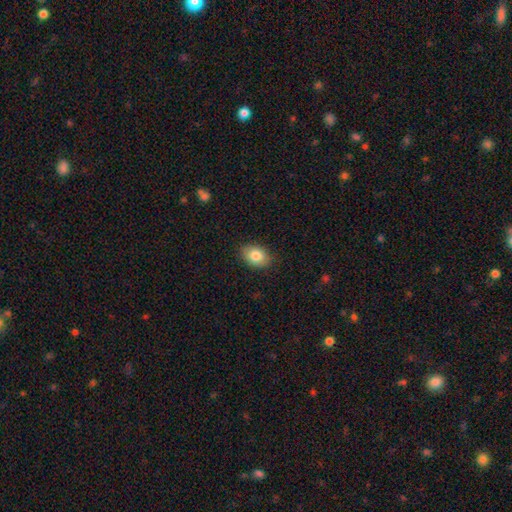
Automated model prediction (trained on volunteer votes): smooth 83%, featured or disk 9%, star or artifact 8%. Down the decision tree: how rounded — in between (81%); merging — none (87%).